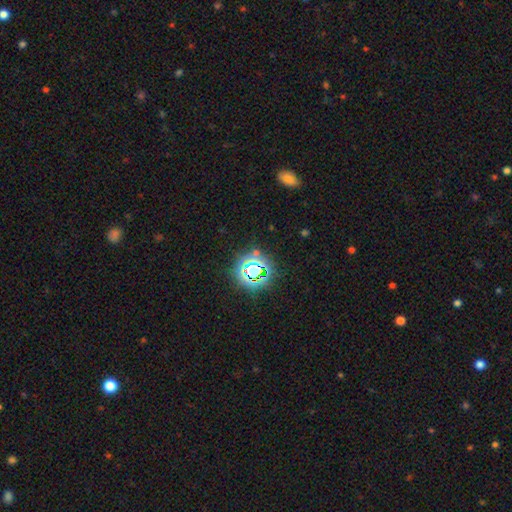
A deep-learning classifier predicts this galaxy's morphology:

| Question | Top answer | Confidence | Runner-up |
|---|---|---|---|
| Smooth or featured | star or artifact | 75% | smooth (17%) |